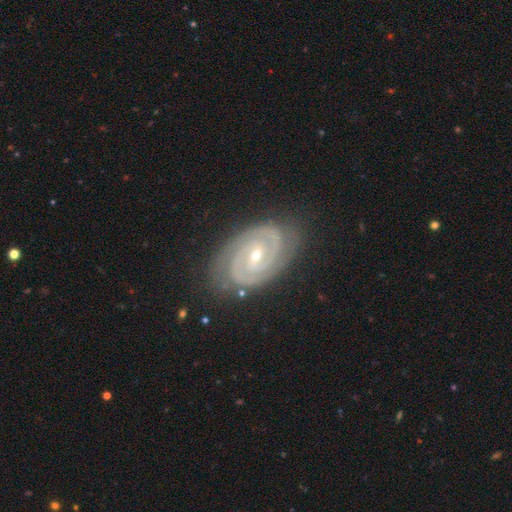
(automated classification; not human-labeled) Smooth or featured? featured or disk (92%)
Edge-on disk? no (97%)
Bar? no (41%)
Spiral arms? yes (99%)
Spiral winding? tight (79%)
Spiral arm count? 2 (85%)
Bulge size? small (62%)
Merging? none (84%)